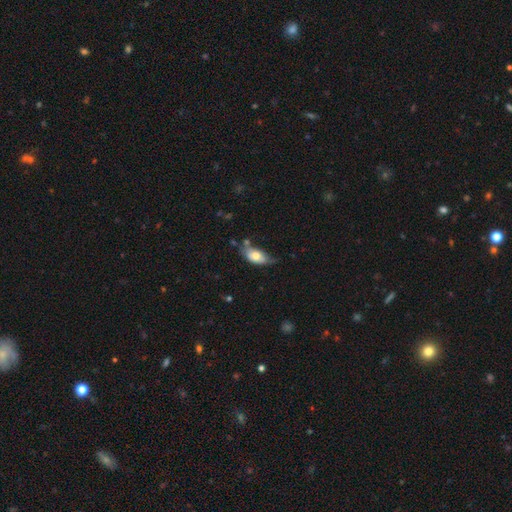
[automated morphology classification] Smooth or featured?
  - smooth: 68% *
  - featured or disk: 25%
  - star or artifact: 7%
How rounded?
  - in between: 90% *
  - round: 5%
  - cigar-shaped: 5%
Merging?
  - none: 40% *
  - minor disturbance: 38%
  - major disturbance: 13%
  - merger: 9%